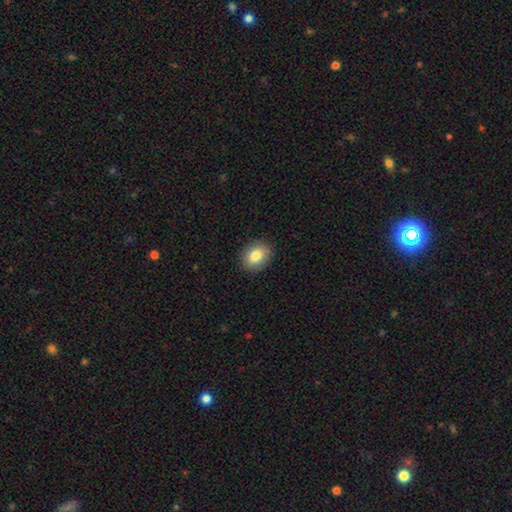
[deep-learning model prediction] Smooth or featured: smooth — 82% (featured or disk — 9%)
How rounded: in between — 56% (round — 43%)
Merging: none — 89% (minor disturbance — 8%)